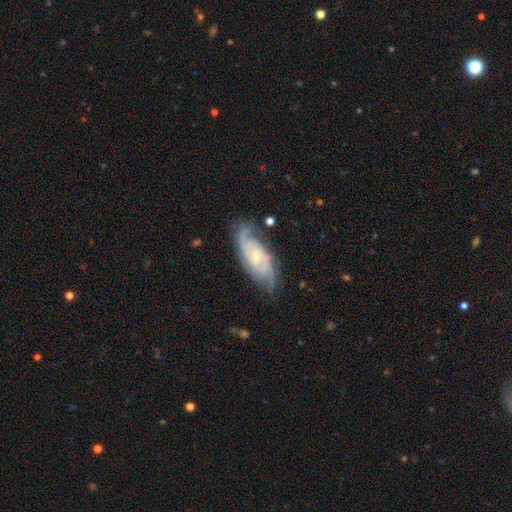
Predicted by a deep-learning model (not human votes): Overall: featured or disk (81%). Edge-on disk: no (92%). Bar: no (53%; weak 38%). Spiral arms: yes (96%). Spiral arm count: 2 (65%). Spiral winding: tight (45%; medium 42%). Bulge size: small (64%; moderate 27%). Merging: none (73%).